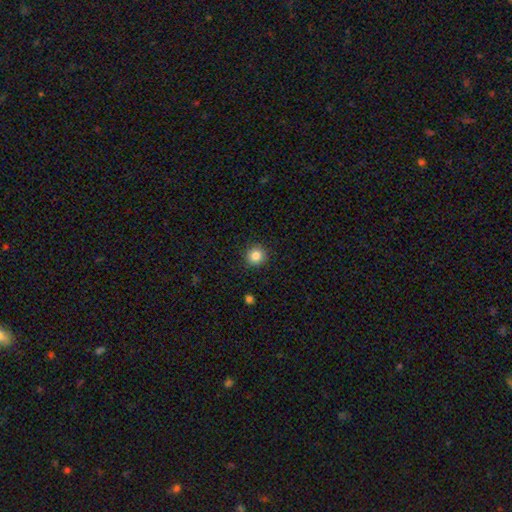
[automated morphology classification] A smooth galaxy with no disk features (85%) that is round (93%).

Vote fractions:
- Smooth or featured? smooth: 85% / star or artifact: 10% / featured or disk: 5%
- How rounded? round: 93% / in between: 6% / cigar-shaped: 1%
- Merging? none: 91% / minor disturbance: 6% / major disturbance: 2% / merger: 1%